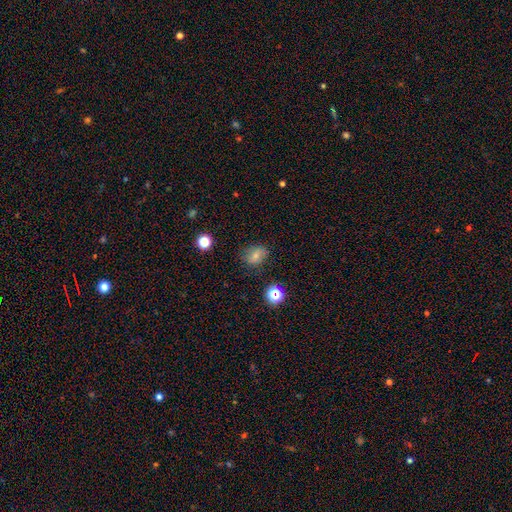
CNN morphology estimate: smooth 69%, featured or disk 16%, star or artifact 15%. Down the decision tree: how rounded — in between (55%); merging — none (76%).